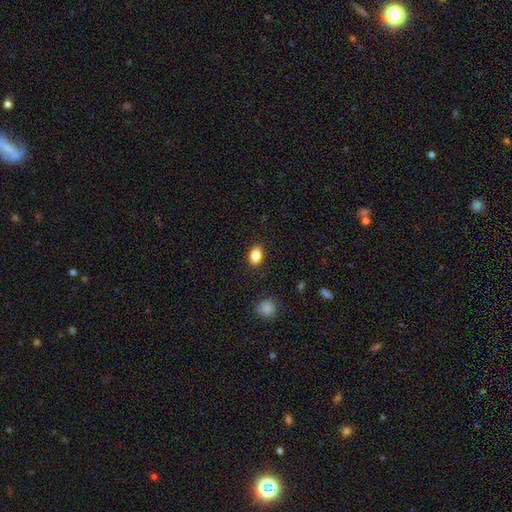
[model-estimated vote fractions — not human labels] Smooth or featured: smooth — 86% (star or artifact — 9%)
How rounded: in between — 84% (round — 14%)
Merging: none — 88% (minor disturbance — 9%)